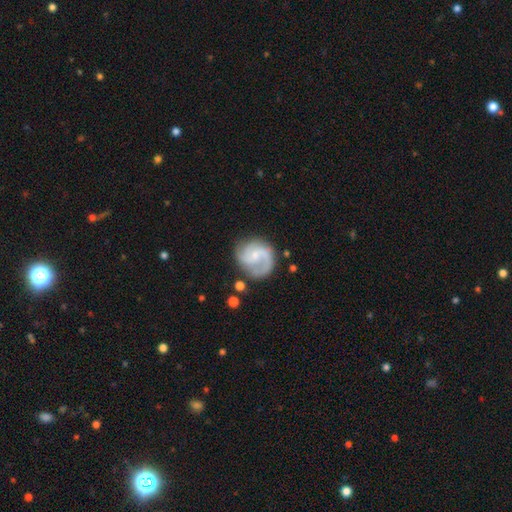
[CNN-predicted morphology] This appears to be a featured or disk galaxy (80%) with no bar (51%), 2 (70%) medium (51%) spiral arms (95%) and a small central bulge (62%). Merging: none (70%).